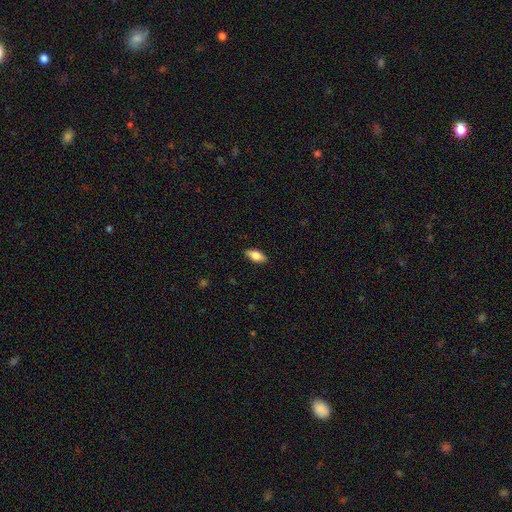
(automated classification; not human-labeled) smooth-or-featured: smooth: 77% | featured or disk: 17% | star or artifact: 6%
  how-rounded: in between: 84% | cigar-shaped: 13% | round: 3%
  merging: none: 88% | minor disturbance: 9% | major disturbance: 2% | merger: 1%